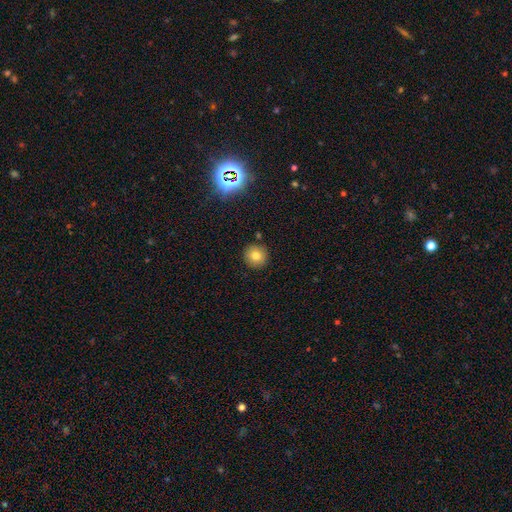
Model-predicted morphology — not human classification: smooth 76%, star or artifact 13%, featured or disk 11%. Down the decision tree: how rounded — round (94%); merging — none (90%).